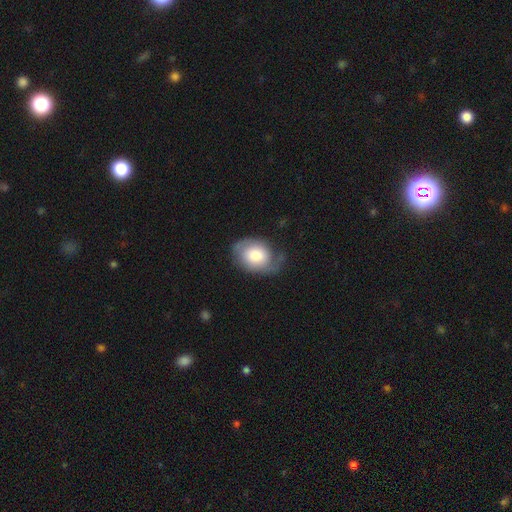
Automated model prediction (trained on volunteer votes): Smooth or featured? smooth (52%)
How rounded? in between (67%)
Merging? none (53%)